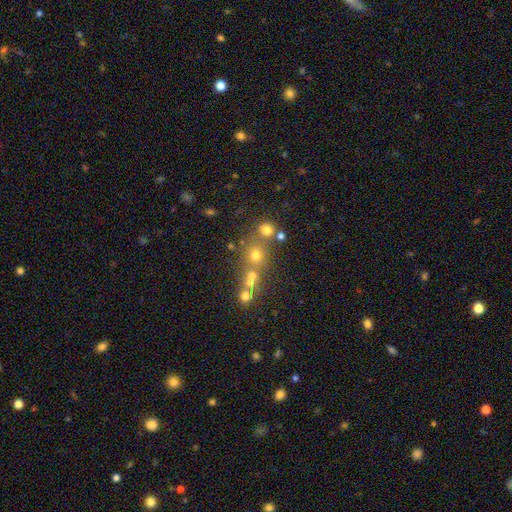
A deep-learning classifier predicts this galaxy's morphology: This appears to be a smooth galaxy with no disk features (52%) that is round (85%). Merging: none (52%).